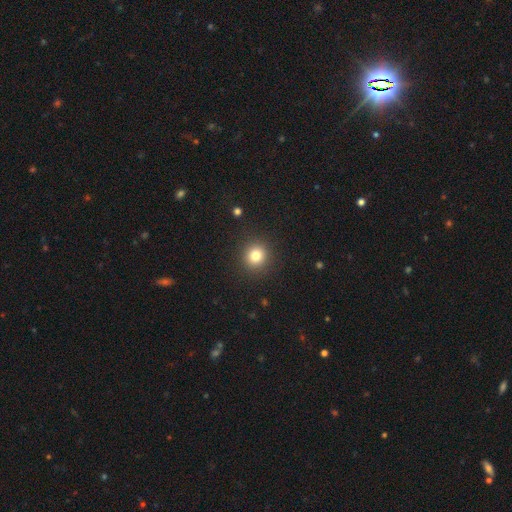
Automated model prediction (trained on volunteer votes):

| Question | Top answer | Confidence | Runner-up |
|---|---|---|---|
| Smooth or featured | smooth | 81% | star or artifact (12%) |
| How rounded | round | 91% | in between (8%) |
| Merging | none | 91% | minor disturbance (6%) |